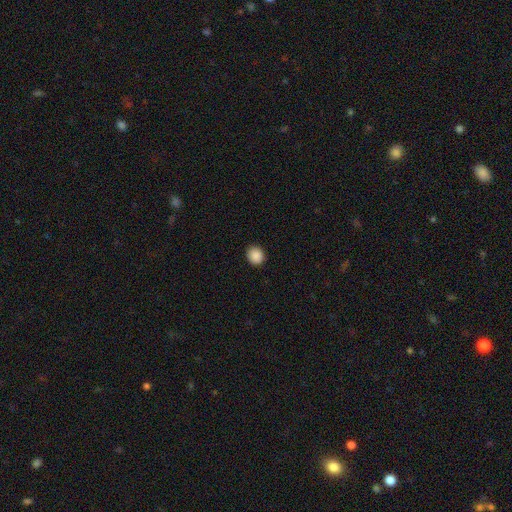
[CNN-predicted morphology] This is clearly a smooth galaxy (89%). How rounded: likely round (72%). Merging: clearly none (90%).